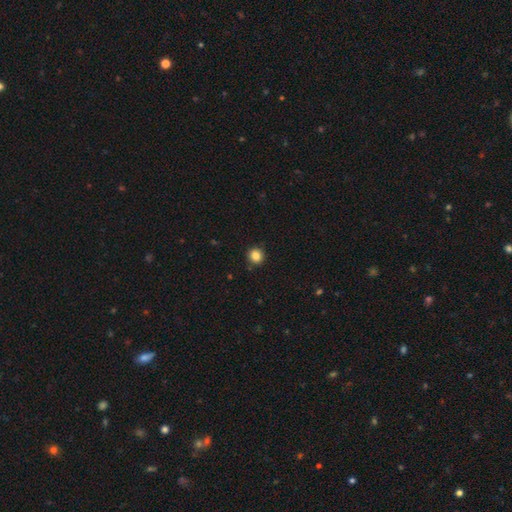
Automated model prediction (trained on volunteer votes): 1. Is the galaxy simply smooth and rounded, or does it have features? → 84% smooth, 11% star or artifact, 5% featured or disk.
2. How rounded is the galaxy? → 91% round, 8% in between, 1% cigar-shaped.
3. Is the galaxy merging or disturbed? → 91% none, 6% minor disturbance, 2% major disturbance, 1% merger.